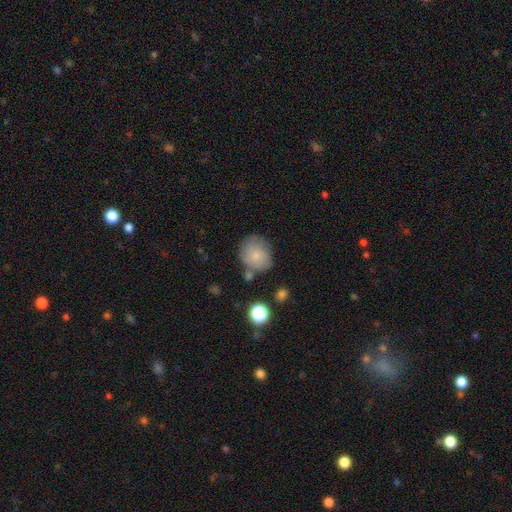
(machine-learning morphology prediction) Smooth or featured?
  - smooth: 80% *
  - featured or disk: 12%
  - star or artifact: 9%
How rounded?
  - round: 71% *
  - in between: 28%
  - cigar-shaped: 1%
Merging?
  - none: 63% *
  - minor disturbance: 21%
  - merger: 9%
  - major disturbance: 7%